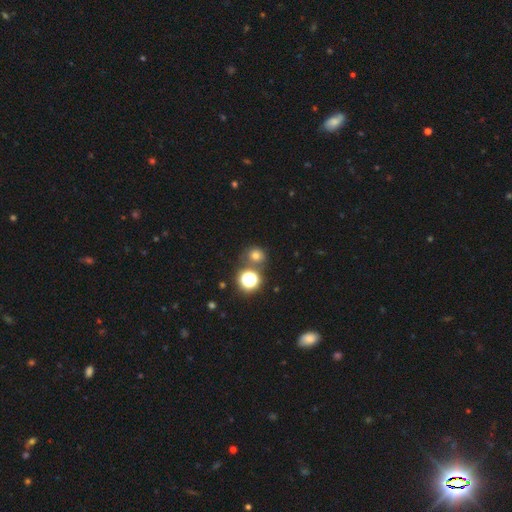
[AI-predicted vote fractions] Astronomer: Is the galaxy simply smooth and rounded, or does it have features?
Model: smooth — 66%.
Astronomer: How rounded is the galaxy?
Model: round — 82%.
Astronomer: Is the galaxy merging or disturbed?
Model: none — 76%.